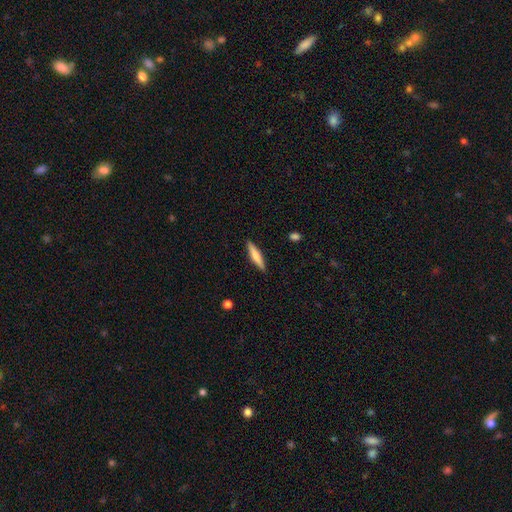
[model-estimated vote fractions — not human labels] smooth-or-featured: smooth: 70% | featured or disk: 25% | star or artifact: 6%
  how-rounded: cigar-shaped: 86% | in between: 13% | round: 1%
  merging: none: 90% | minor disturbance: 7% | major disturbance: 2% | merger: 1%